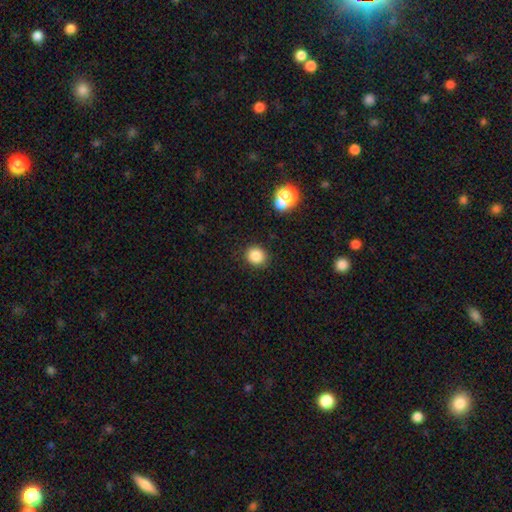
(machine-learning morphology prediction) Q: Smooth or featured?
A: smooth (85%); runner-up: star or artifact (11%)
Q: How rounded?
A: round (80%); runner-up: in between (19%)
Q: Merging?
A: none (88%); runner-up: minor disturbance (8%)